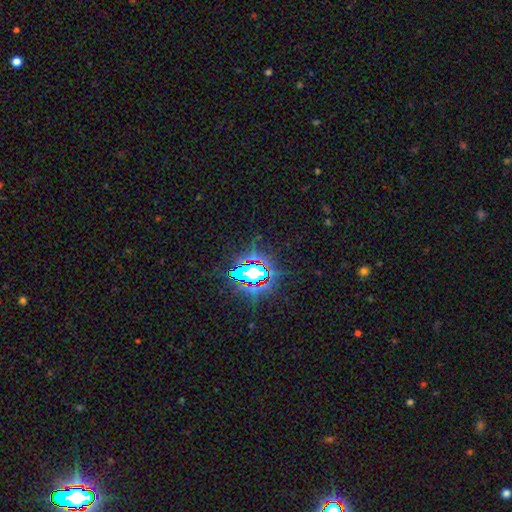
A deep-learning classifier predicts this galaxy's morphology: star or artifact 81%, smooth 11%, featured or disk 8%.